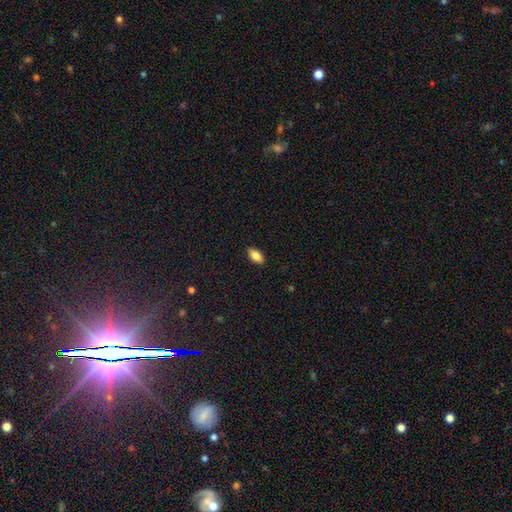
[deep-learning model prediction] Smooth or featured: smooth — 81% (featured or disk — 12%)
How rounded: in between — 88% (cigar-shaped — 9%)
Merging: none — 89% (minor disturbance — 9%)